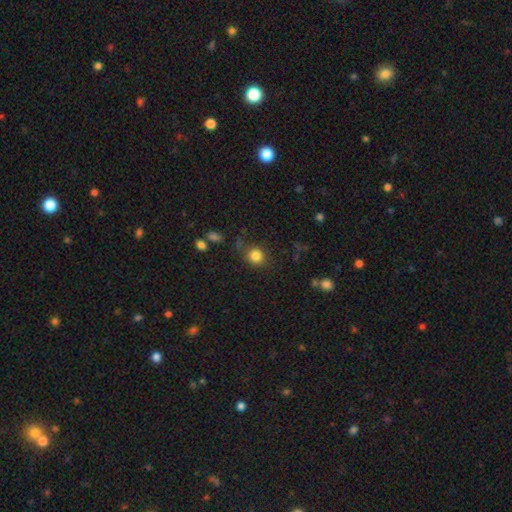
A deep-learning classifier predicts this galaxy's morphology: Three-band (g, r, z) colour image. It shows a smooth galaxy with no disk features (83%) that is round (85%). Merging: none (77%).